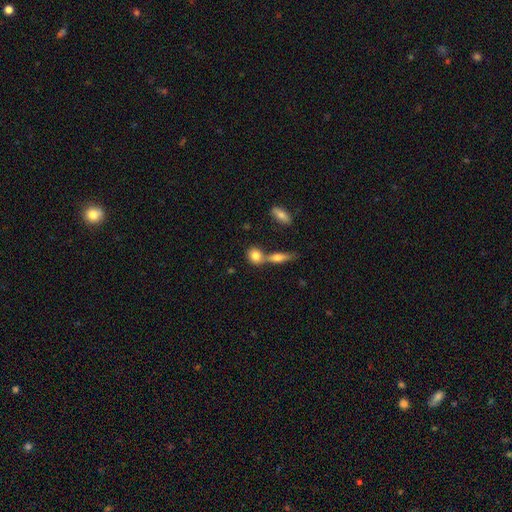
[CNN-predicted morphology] smooth 79%, featured or disk 13%, star or artifact 8%. Down the decision tree: how rounded — round (58%); merging — none (51%).